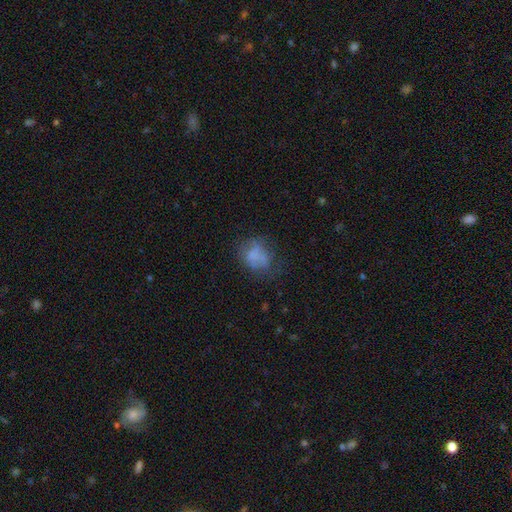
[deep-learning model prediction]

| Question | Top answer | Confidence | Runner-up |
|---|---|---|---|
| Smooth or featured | smooth | 59% | featured or disk (28%) |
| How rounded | in between | 54% | round (44%) |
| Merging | none | 48% | minor disturbance (25%) |